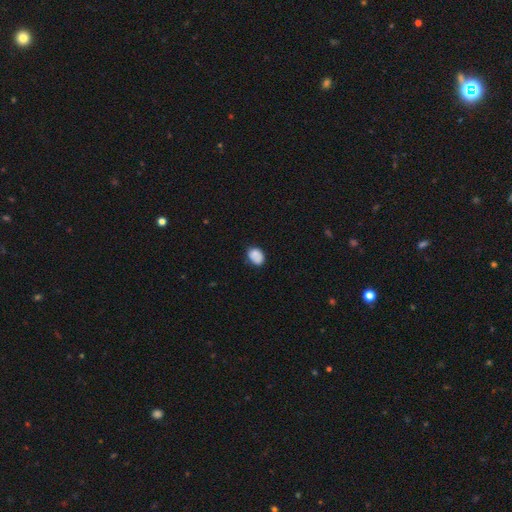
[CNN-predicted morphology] This appears to be a smooth galaxy with no disk features (81%) that is in between round and cigar-shaped (66%). Merging: none (66%).